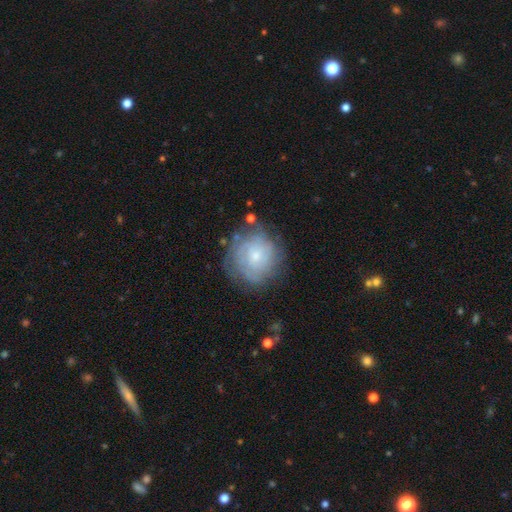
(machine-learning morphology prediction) The model was most divided on "smooth or featured": featured or disk: 57%, smooth: 34%, star or artifact: 8%. More confident: edge-on disk — no (97%); bar — no (79%); spiral arms — yes (77%); merging — none (69%); bulge size — small (63%).